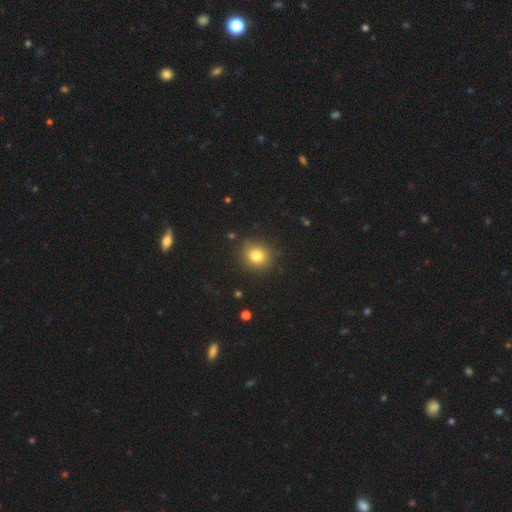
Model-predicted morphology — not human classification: The model was most divided on "how rounded": round: 80%, in between: 19%, cigar-shaped: 1%. More confident: merging — none (88%); smooth or featured — smooth (80%).